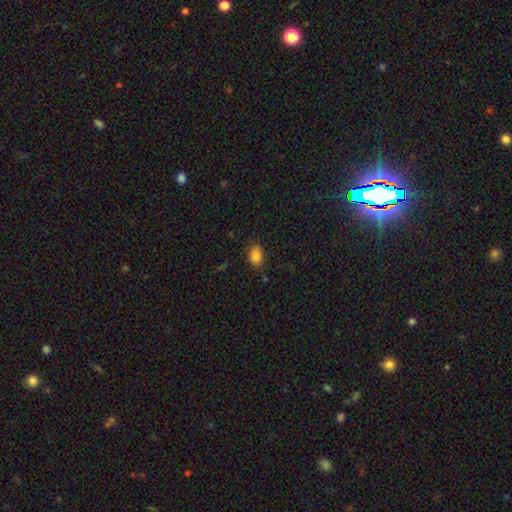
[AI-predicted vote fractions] smooth 85%, star or artifact 10%, featured or disk 5%. Down the decision tree: how rounded — in between (87%); merging — none (84%).